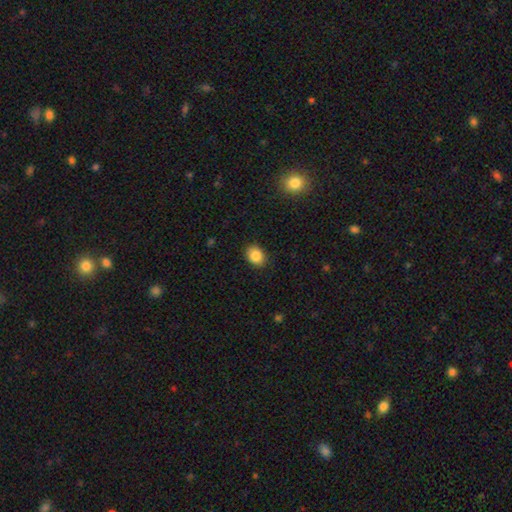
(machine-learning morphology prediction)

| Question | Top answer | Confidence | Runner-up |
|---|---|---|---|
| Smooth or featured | smooth | 86% | star or artifact (9%) |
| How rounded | in between | 53% | round (46%) |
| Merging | none | 87% | minor disturbance (10%) |